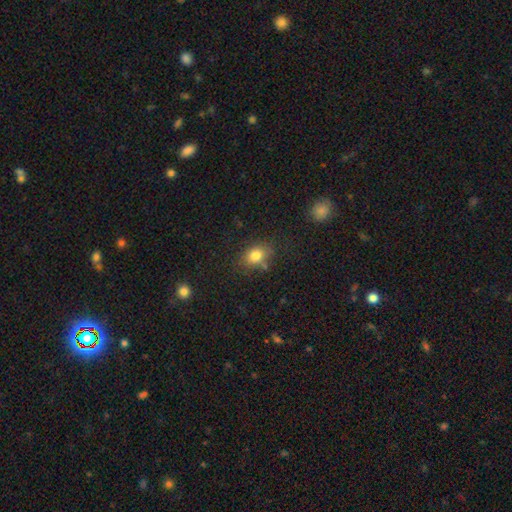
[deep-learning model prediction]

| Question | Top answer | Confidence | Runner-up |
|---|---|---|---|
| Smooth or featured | smooth | 81% | star or artifact (11%) |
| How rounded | in between | 68% | round (31%) |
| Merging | none | 72% | minor disturbance (17%) |